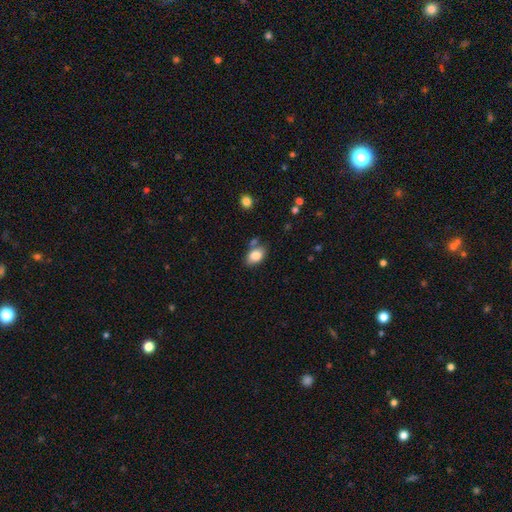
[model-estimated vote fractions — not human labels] A smooth galaxy with no disk features (84%) that is in between round and cigar-shaped (87%). Merging: none (66%).